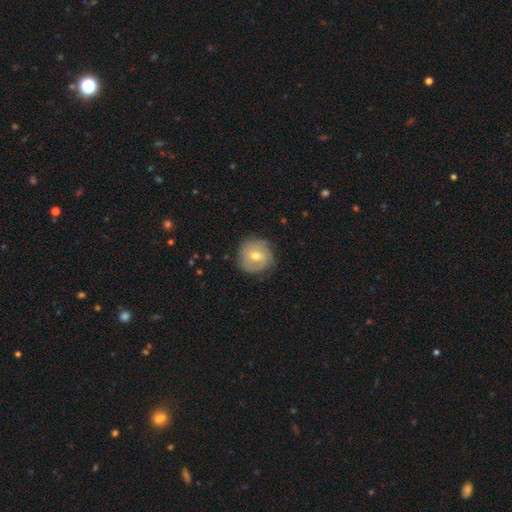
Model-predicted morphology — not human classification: Smooth or featured? Predicted: featured or disk (p=0.47). Merging? Predicted: none (p=0.79).